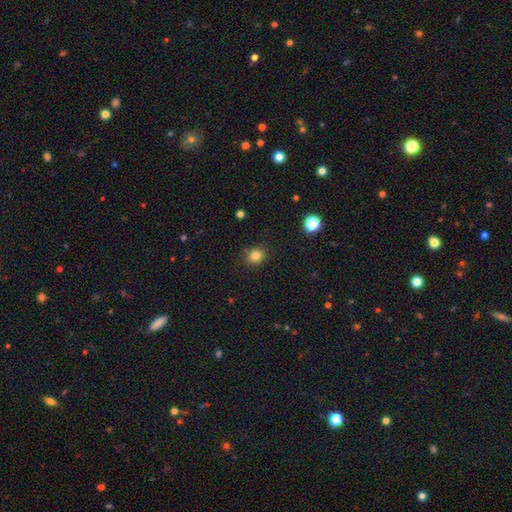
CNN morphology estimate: Smooth or featured?
  - smooth: 80% *
  - star or artifact: 13%
  - featured or disk: 6%
How rounded?
  - round: 84% *
  - in between: 16%
  - cigar-shaped: 1%
Merging?
  - none: 88% *
  - minor disturbance: 8%
  - major disturbance: 2%
  - merger: 1%